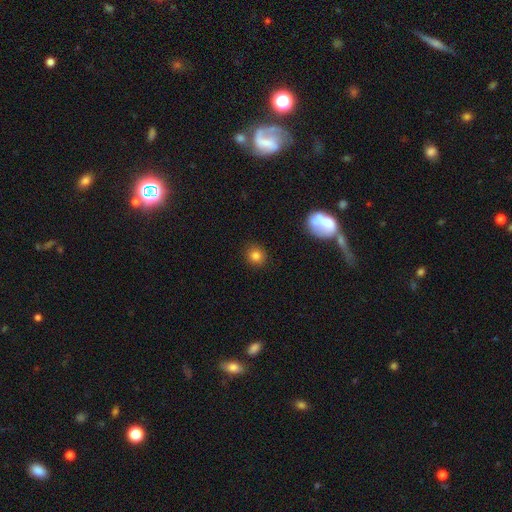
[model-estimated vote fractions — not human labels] Q: Smooth or featured?
A: smooth (81%); runner-up: star or artifact (13%)
Q: How rounded?
A: round (87%); runner-up: in between (12%)
Q: Merging?
A: none (90%); runner-up: minor disturbance (7%)